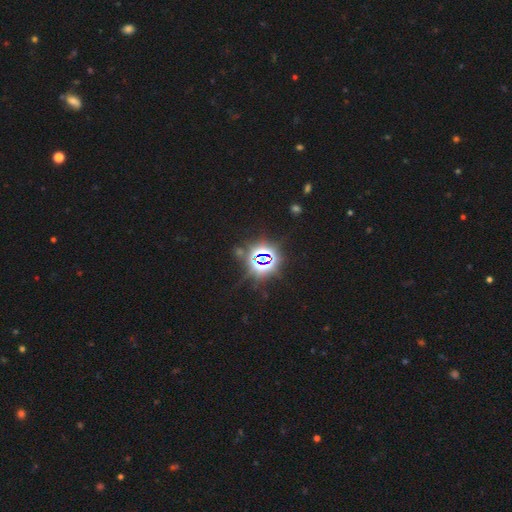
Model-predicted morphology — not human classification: Overall: star or artifact (82%).